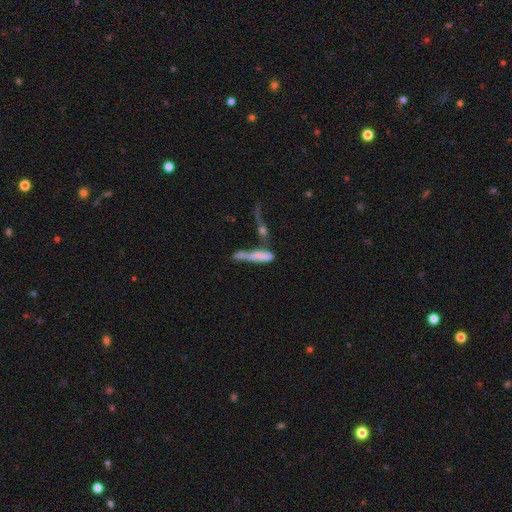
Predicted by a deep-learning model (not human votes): Smooth or featured? smooth (50%)
Merging? merger (47%)